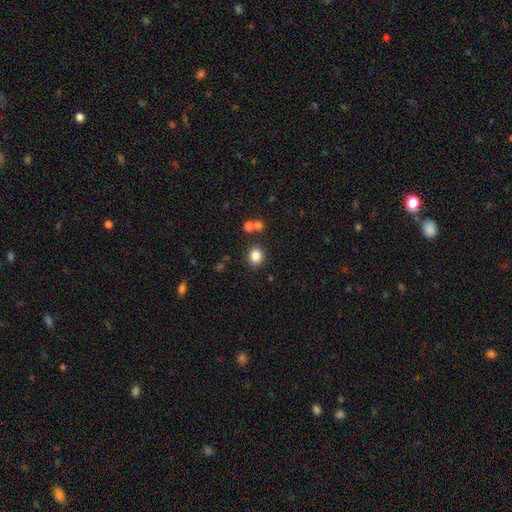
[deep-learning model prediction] Smooth or featured: smooth — 84% (star or artifact — 11%)
How rounded: round — 73% (in between — 26%)
Merging: none — 83% (minor disturbance — 8%)